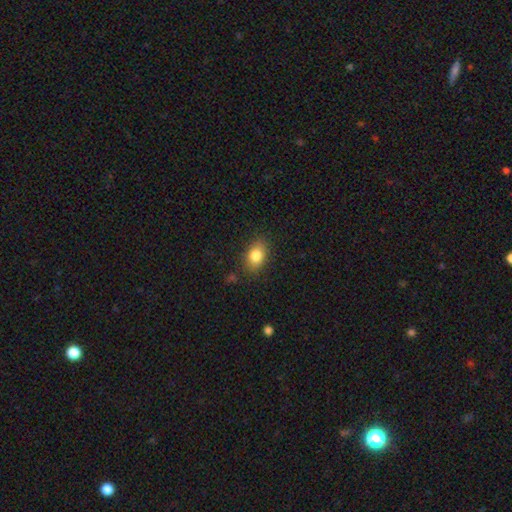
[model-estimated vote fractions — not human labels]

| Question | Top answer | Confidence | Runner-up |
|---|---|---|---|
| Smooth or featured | smooth | 82% | star or artifact (9%) |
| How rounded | in between | 76% | round (22%) |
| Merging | none | 83% | minor disturbance (12%) |